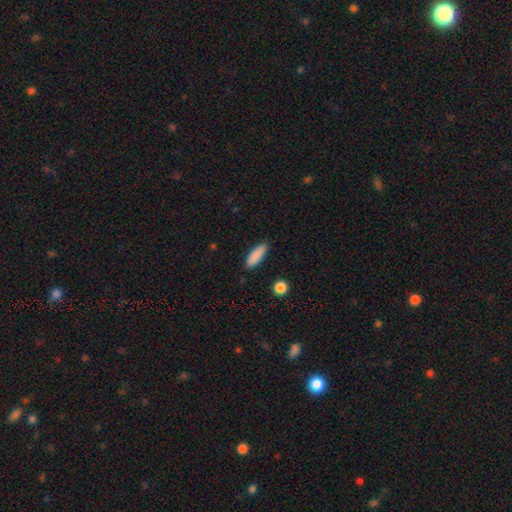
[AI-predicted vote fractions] smooth 88%, star or artifact 7%, featured or disk 6%. Down the decision tree: how rounded — in between (50%); merging — none (86%).